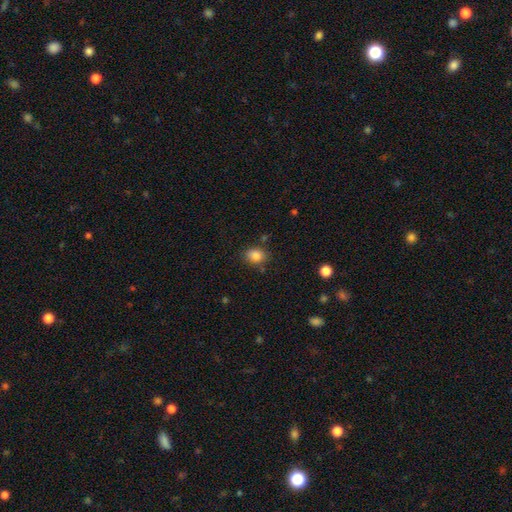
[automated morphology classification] A smooth galaxy with no disk features (85%) that is in between round and cigar-shaped (55%).

Vote fractions:
- Smooth or featured? smooth: 85% / star or artifact: 10% / featured or disk: 5%
- How rounded? in between: 55% / round: 44% / cigar-shaped: 1%
- Merging? none: 77% / minor disturbance: 15% / merger: 4% / major disturbance: 4%